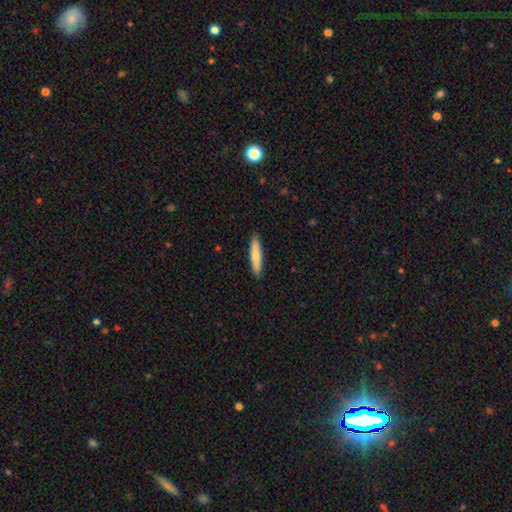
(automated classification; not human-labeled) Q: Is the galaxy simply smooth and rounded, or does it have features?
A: smooth — 76%.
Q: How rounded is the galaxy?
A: cigar-shaped — 87%.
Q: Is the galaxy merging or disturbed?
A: none — 90%.